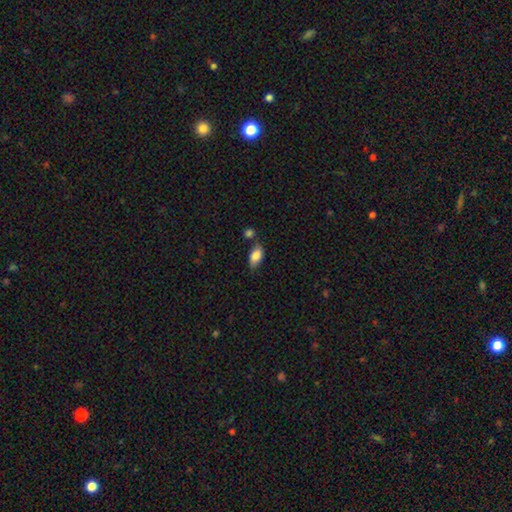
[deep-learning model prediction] smooth_or_featured: smooth (p=0.82) [alt: featured or disk p=0.10]
how_rounded: in between (p=0.91) [alt: round p=0.05]
merging: none (p=0.61) [alt: minor disturbance p=0.20]